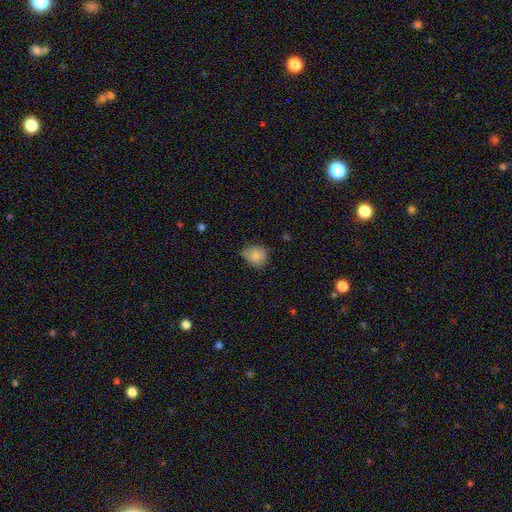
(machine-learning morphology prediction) smooth-or-featured: smooth: 80% | featured or disk: 10% | star or artifact: 10%
  how-rounded: round: 63% | in between: 36% | cigar-shaped: 1%
  merging: none: 58% | minor disturbance: 34% | major disturbance: 6% | merger: 2%